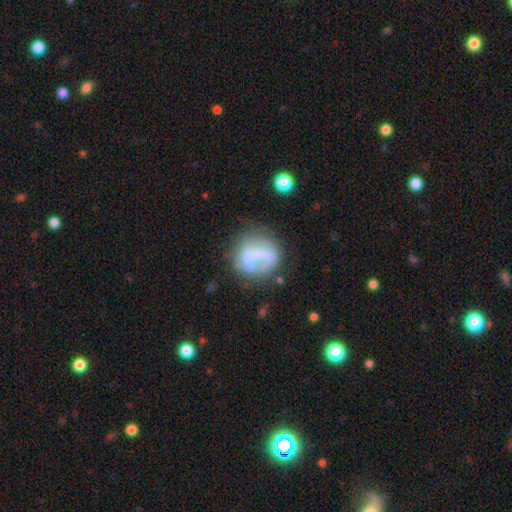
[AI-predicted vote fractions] Smooth or featured? featured or disk (46%)
Merging? none (50%)